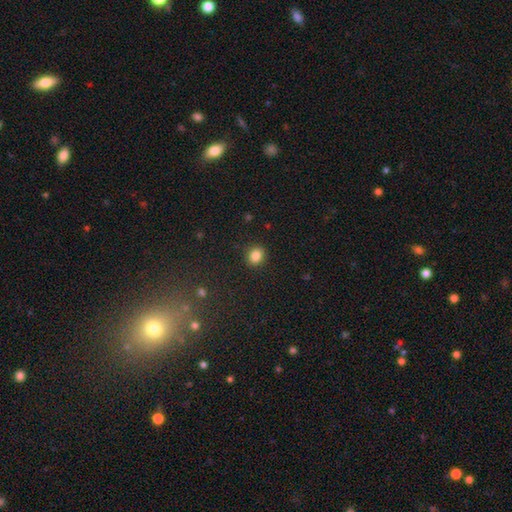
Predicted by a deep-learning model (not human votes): smooth_or_featured: smooth (p=0.84) [alt: star or artifact p=0.11]
how_rounded: round (p=0.65) [alt: in between p=0.34]
merging: none (p=0.89) [alt: minor disturbance p=0.07]